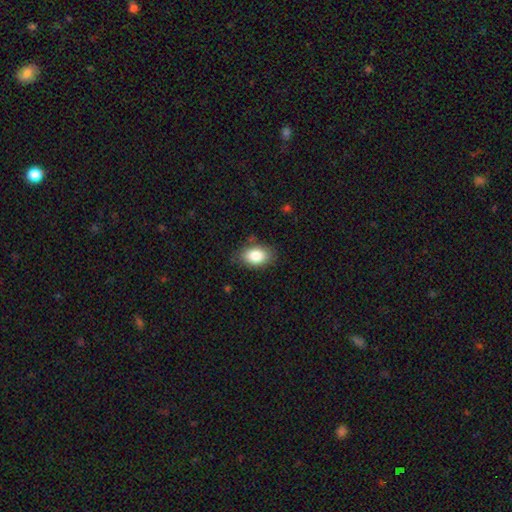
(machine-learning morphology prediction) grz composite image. It shows a smooth galaxy with no disk features (85%) that is in between round and cigar-shaped (87%). Merging: none (80%).